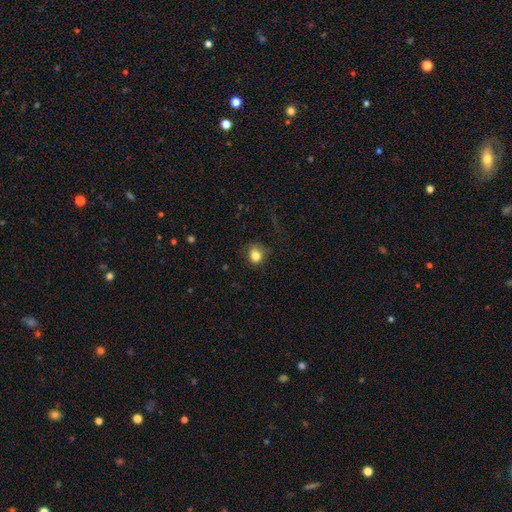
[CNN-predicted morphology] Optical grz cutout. It shows a smooth galaxy with no disk features (83%) that is round (82%). Merging: none (79%).